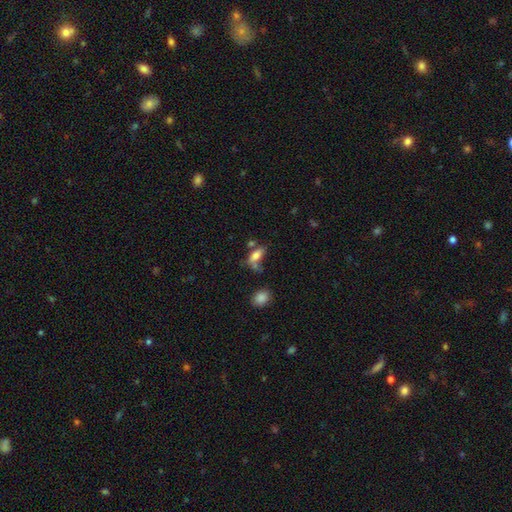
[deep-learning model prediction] The model was most divided on "merging": none: 38%, minor disturbance: 23%, merger: 21%, major disturbance: 18%. More confident: how rounded — in between (78%); smooth or featured — smooth (70%).